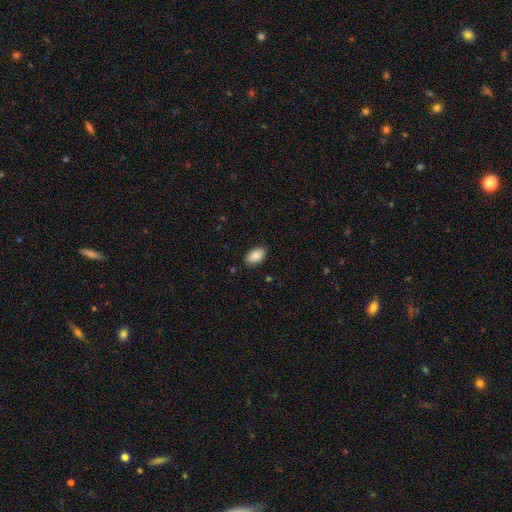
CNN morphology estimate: type=smooth (83%); roundness=in between (93%); merging=none (85%).